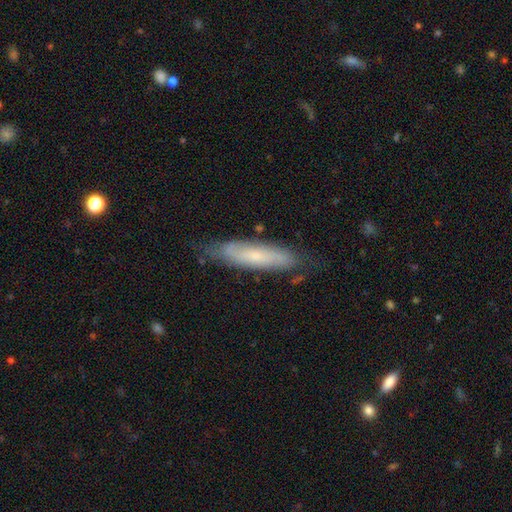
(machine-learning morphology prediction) Smooth or featured? smooth (48%)
Merging? none (71%)